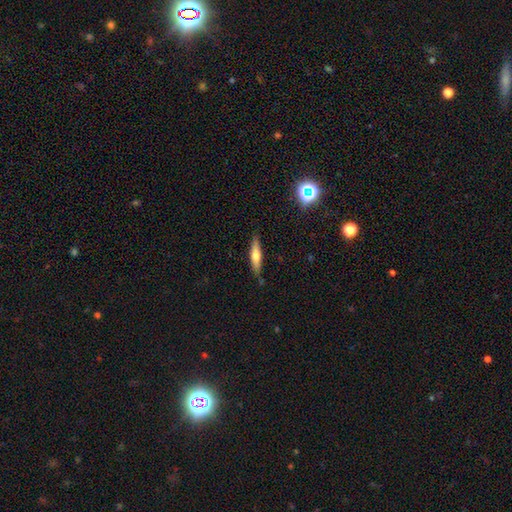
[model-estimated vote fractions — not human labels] Morphology: type=smooth (53%); roundness=cigar-shaped (81%); merging=none (84%).